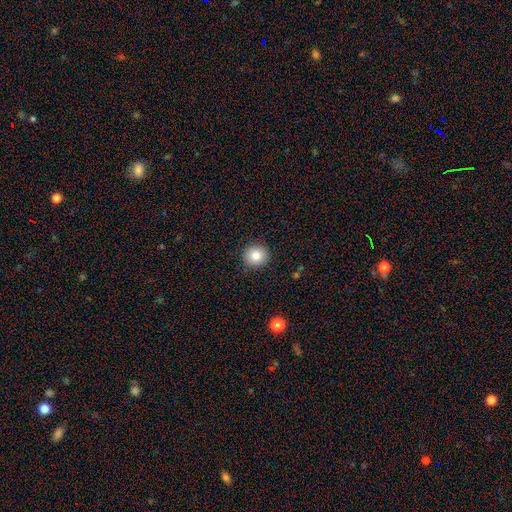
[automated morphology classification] smooth 83%, star or artifact 10%, featured or disk 7%. Down the decision tree: how rounded — round (92%); merging — none (91%).